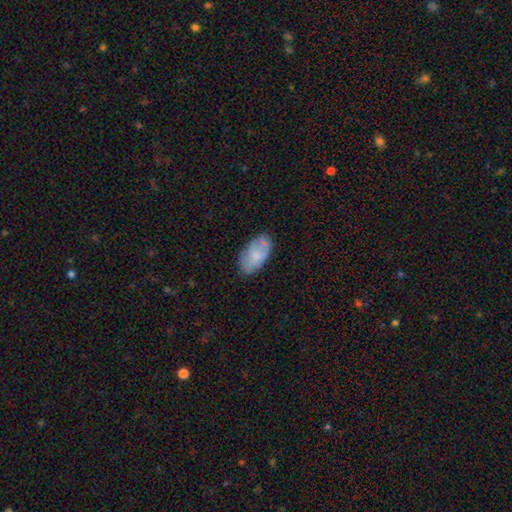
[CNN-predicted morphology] Overall: smooth (72%). How rounded: in between (95%). Merging: none (69%).